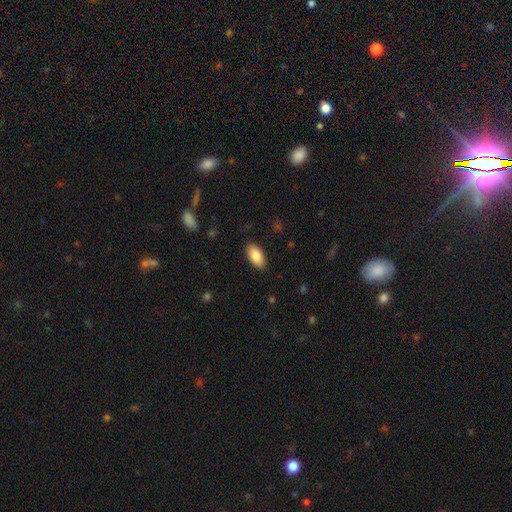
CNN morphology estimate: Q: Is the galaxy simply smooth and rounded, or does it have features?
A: smooth — 86%.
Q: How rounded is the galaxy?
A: in between — 93%.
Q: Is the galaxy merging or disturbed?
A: none — 88%.